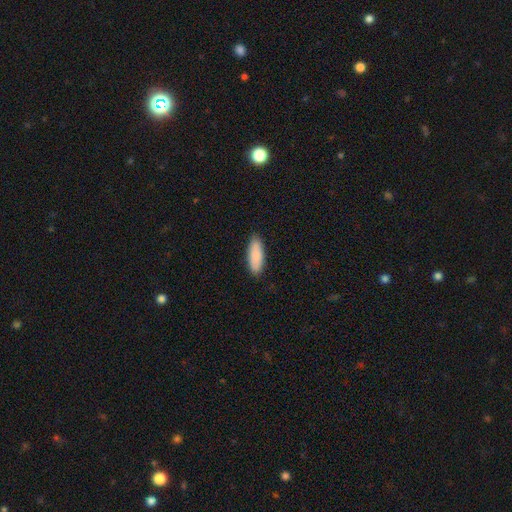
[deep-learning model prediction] This is clearly a smooth galaxy (89%). How rounded: likely in between (68%). Merging: clearly none (88%).